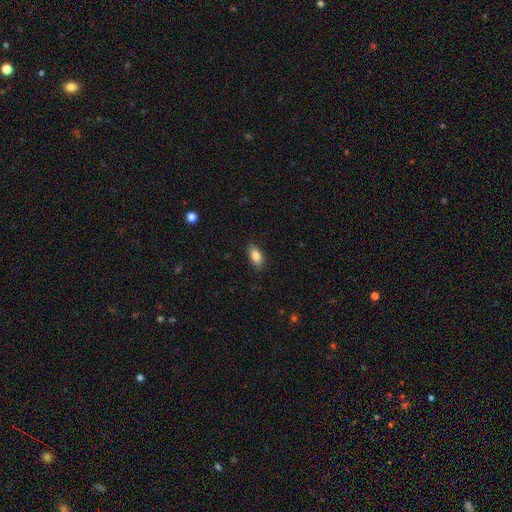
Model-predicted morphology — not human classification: type=smooth (84%); roundness=in between (89%); merging=none (87%).